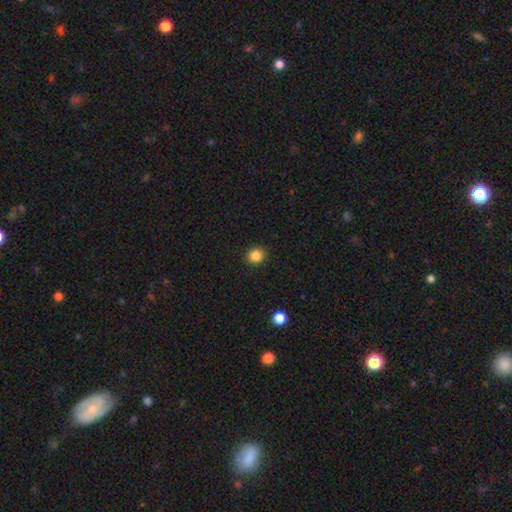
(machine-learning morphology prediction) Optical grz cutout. It shows a smooth galaxy with no disk features (86%) that is round (82%). Merging: none (91%).